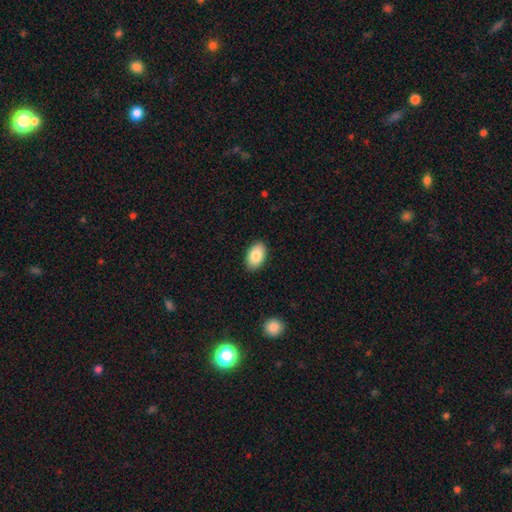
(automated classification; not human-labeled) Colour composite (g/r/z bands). It shows a smooth galaxy with no disk features (85%) that is in between round and cigar-shaped (93%). Merging: none (89%).